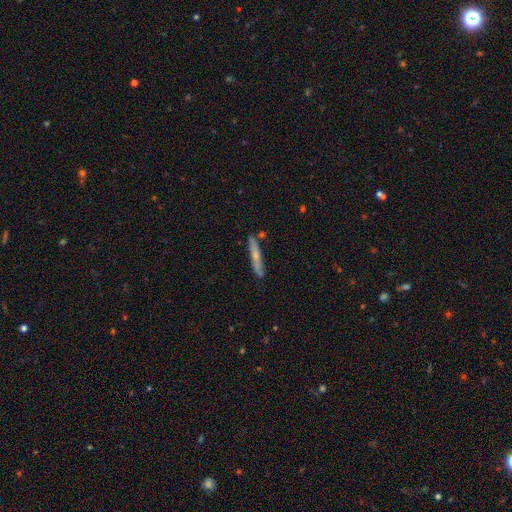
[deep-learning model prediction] Smooth or featured? smooth (52%)
How rounded? cigar-shaped (93%)
Merging? none (78%)